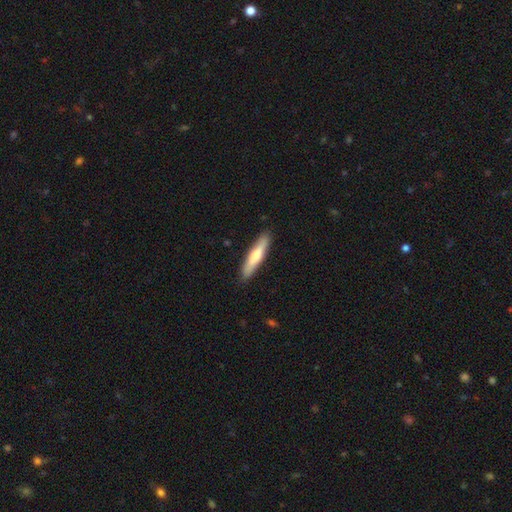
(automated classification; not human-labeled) Overall: smooth (66%; featured or disk 29%). How rounded: cigar-shaped (88%). Merging: none (89%).